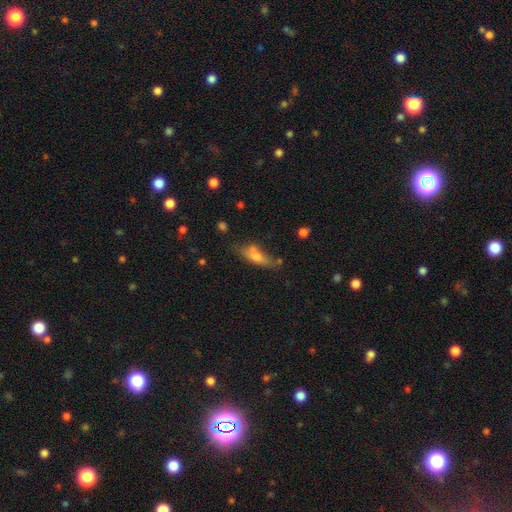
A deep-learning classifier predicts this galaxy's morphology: Smooth or featured?
  - smooth: 60% *
  - featured or disk: 30%
  - star or artifact: 10%
How rounded?
  - in between: 49% *
  - cigar-shaped: 48%
  - round: 3%
Merging?
  - none: 55% *
  - minor disturbance: 25%
  - merger: 11%
  - major disturbance: 10%